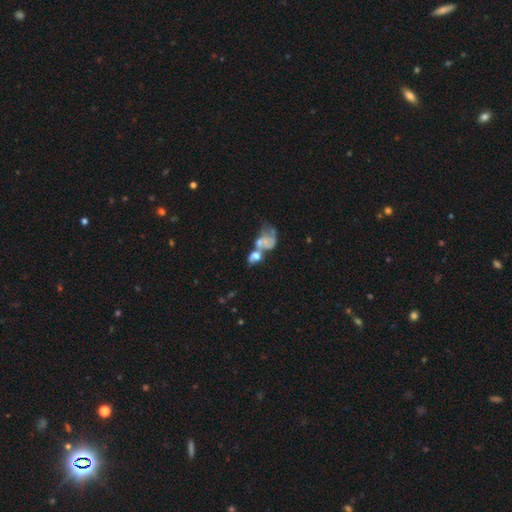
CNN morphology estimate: smooth-or-featured: smooth: 47% | featured or disk: 39% | star or artifact: 14%
  merging: merger: 60% | major disturbance: 19% | none: 13% | minor disturbance: 8%